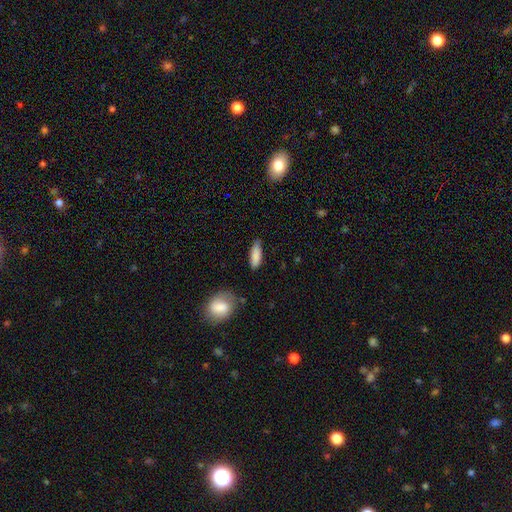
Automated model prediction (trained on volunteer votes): A smooth galaxy with no disk features (85%) that is in between round and cigar-shaped (57%).

Vote fractions:
- Smooth or featured? smooth: 85% / featured or disk: 8% / star or artifact: 6%
- How rounded? in between: 57% / cigar-shaped: 41% / round: 2%
- Merging? none: 73% / minor disturbance: 21% / major disturbance: 4% / merger: 3%